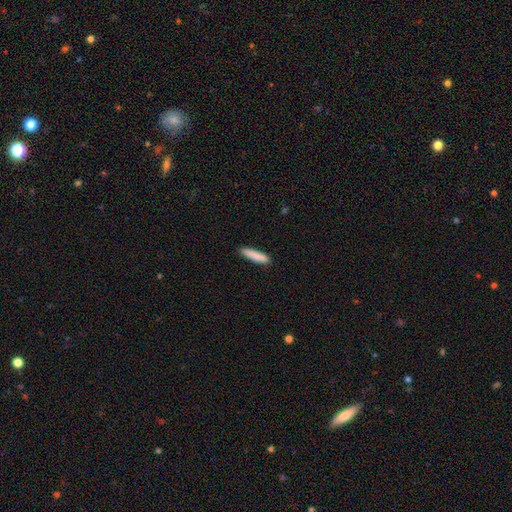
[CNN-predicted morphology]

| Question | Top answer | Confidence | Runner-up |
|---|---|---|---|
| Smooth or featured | smooth | 86% | featured or disk (8%) |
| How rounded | cigar-shaped | 86% | in between (13%) |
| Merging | none | 88% | minor disturbance (9%) |